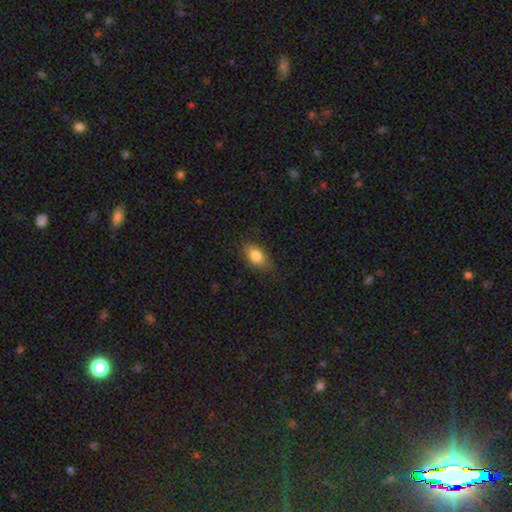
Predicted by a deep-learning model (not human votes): This appears to be a smooth galaxy with no disk features (83%) that is in between round and cigar-shaped (87%). Merging: none (81%).